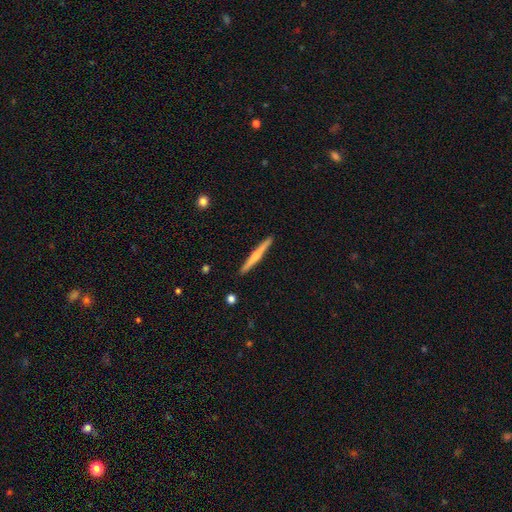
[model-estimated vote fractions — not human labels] This appears to be a featured or disk galaxy (58%) viewed edge-on (98%) with a rounded central bulge (70%). Merging: none (92%).